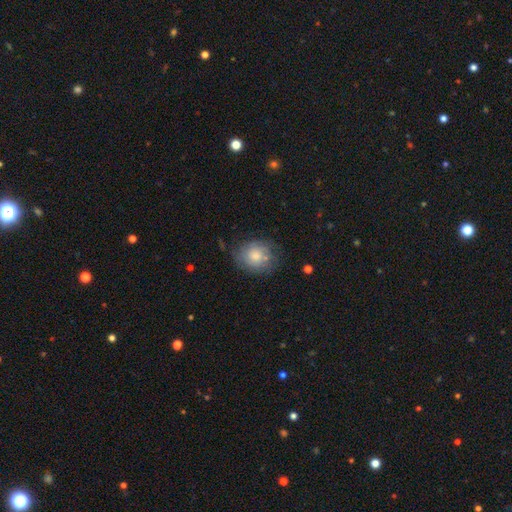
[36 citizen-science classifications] Smooth or featured? 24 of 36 (67%) said smooth. How rounded? 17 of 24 (71%) said round. Merging? 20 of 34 (59%) said none.